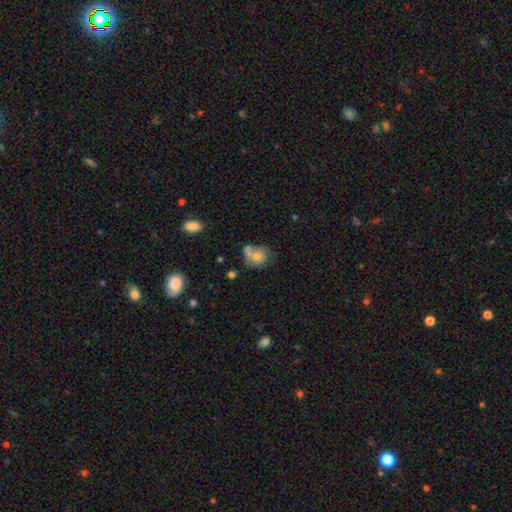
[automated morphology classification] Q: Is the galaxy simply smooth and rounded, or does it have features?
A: smooth — 62%.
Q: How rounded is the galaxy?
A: round — 64%.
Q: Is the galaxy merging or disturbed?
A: merger — 37%.